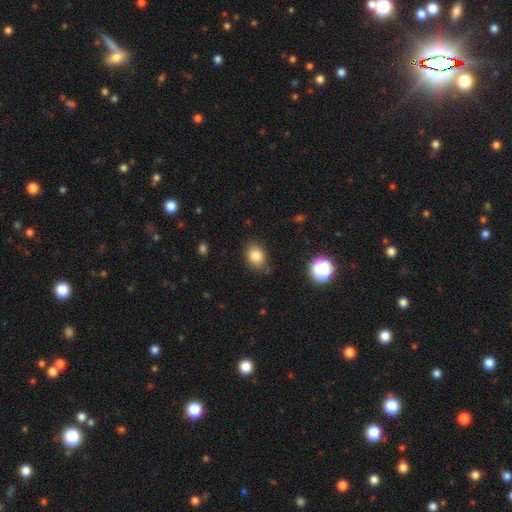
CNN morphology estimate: type=smooth (82%); roundness=in between (63%); merging=none (77%).